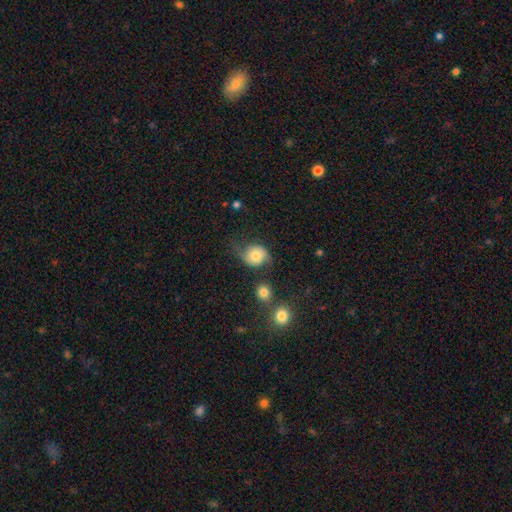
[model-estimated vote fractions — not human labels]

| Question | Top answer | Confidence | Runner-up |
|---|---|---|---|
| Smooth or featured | smooth | 56% | featured or disk (34%) |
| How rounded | round | 79% | in between (20%) |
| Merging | none | 53% | minor disturbance (28%) |